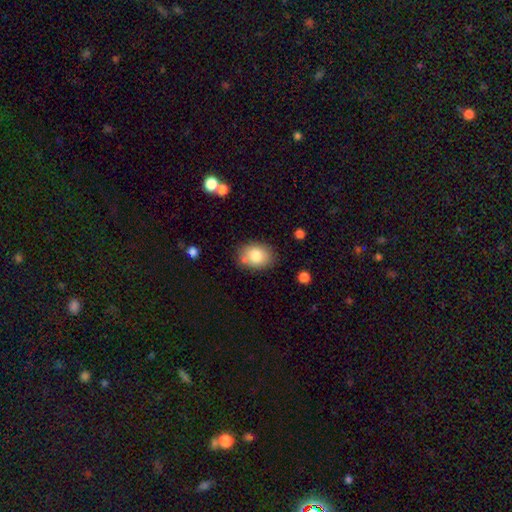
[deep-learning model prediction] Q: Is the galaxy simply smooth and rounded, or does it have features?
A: smooth — 82%.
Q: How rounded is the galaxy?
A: in between — 65%.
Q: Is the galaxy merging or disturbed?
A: none — 77%.